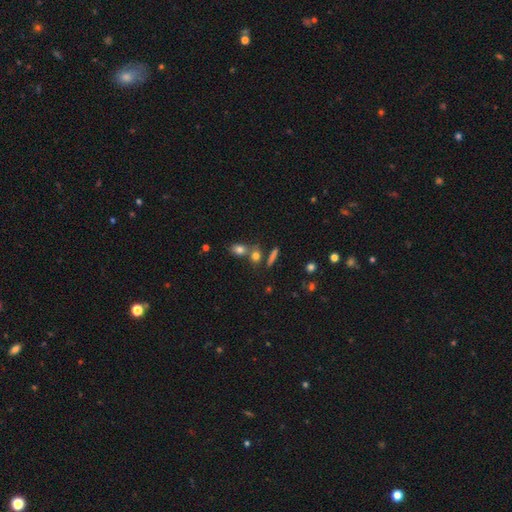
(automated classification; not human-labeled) Smooth or featured? Predicted: smooth (p=0.74). How rounded? Predicted: in between (p=0.47). Merging? Predicted: none (p=0.57).